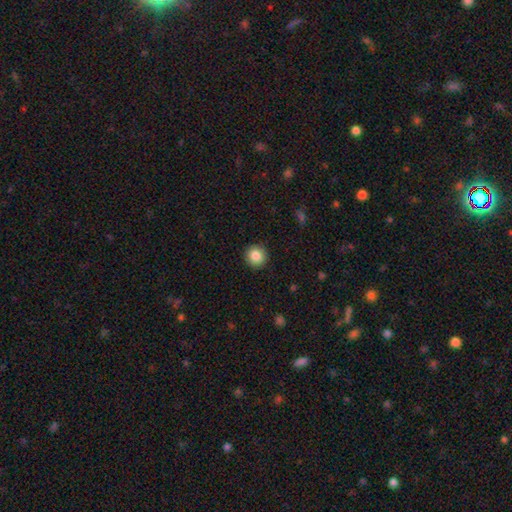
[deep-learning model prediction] Smooth or featured?
  - smooth: 85% *
  - star or artifact: 9%
  - featured or disk: 6%
How rounded?
  - round: 94% *
  - in between: 5%
  - cigar-shaped: 1%
Merging?
  - none: 92% *
  - minor disturbance: 5%
  - major disturbance: 2%
  - merger: 1%